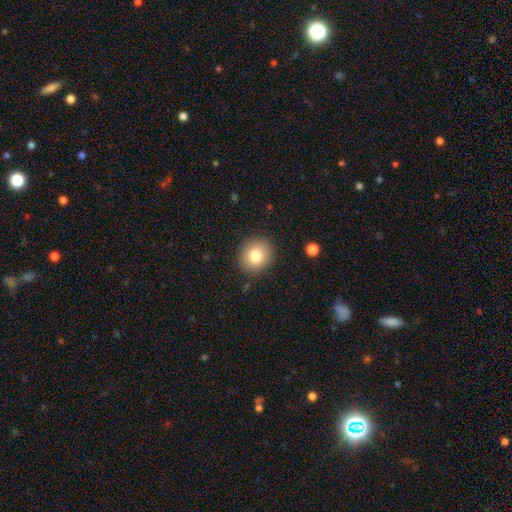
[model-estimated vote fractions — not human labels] A smooth galaxy with no disk features (79%) that is round (82%). Merging: none (89%).